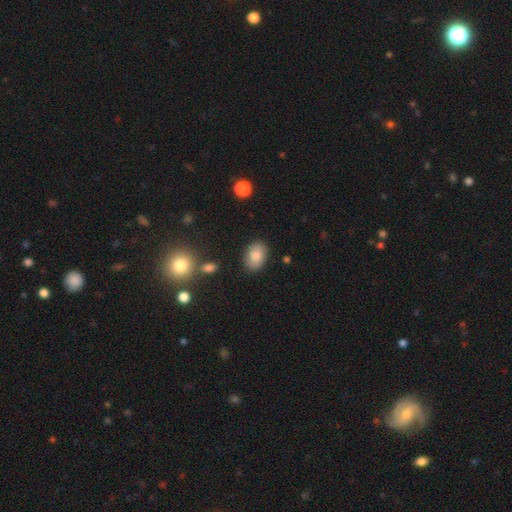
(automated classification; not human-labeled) Smooth or featured?
  - smooth: 84% *
  - featured or disk: 8%
  - star or artifact: 8%
How rounded?
  - in between: 85% *
  - round: 14%
  - cigar-shaped: 1%
Merging?
  - none: 85% *
  - minor disturbance: 11%
  - major disturbance: 3%
  - merger: 2%